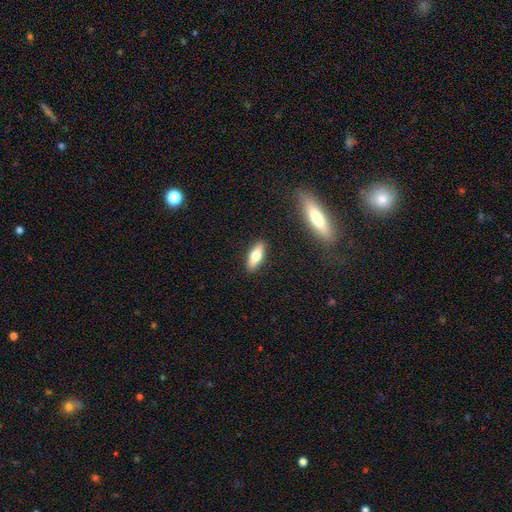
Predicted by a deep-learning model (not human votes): Smooth or featured? smooth (62%)
How rounded? in between (61%)
Merging? none (89%)